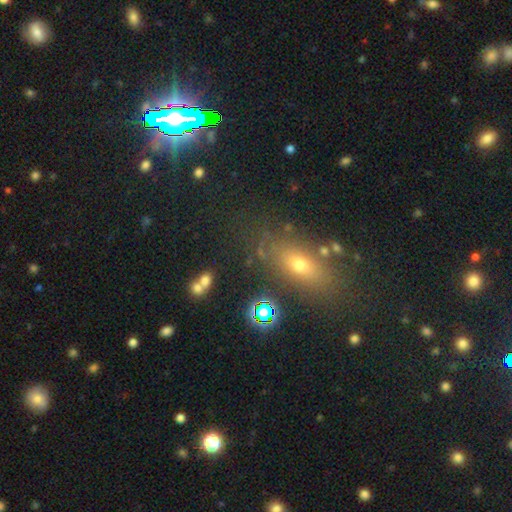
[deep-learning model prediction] Smooth or featured?
  - smooth: 49% *
  - star or artifact: 31%
  - featured or disk: 20%
Merging?
  - none: 80% *
  - minor disturbance: 11%
  - major disturbance: 5%
  - merger: 4%